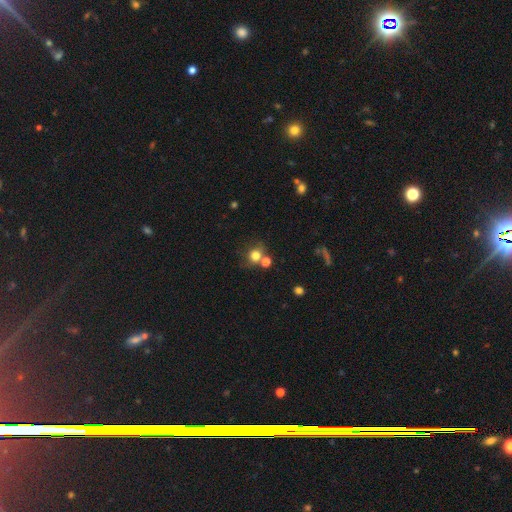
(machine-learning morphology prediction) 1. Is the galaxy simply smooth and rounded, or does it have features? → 76% smooth, 14% star or artifact, 10% featured or disk.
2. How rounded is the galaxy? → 82% round, 17% in between, 1% cigar-shaped.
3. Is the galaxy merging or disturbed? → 56% none, 25% merger, 13% minor disturbance, 7% major disturbance.